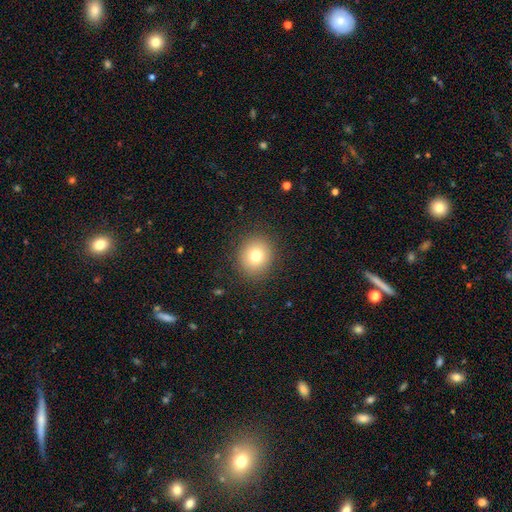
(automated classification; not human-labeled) This appears to be a smooth galaxy with no disk features (77%) that is round (82%). Merging: none (89%).